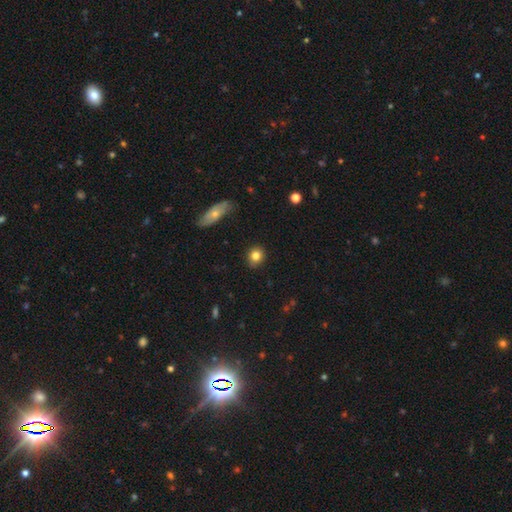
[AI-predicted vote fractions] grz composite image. It shows a smooth galaxy with no disk features (82%) that is round (78%). Merging: none (87%).